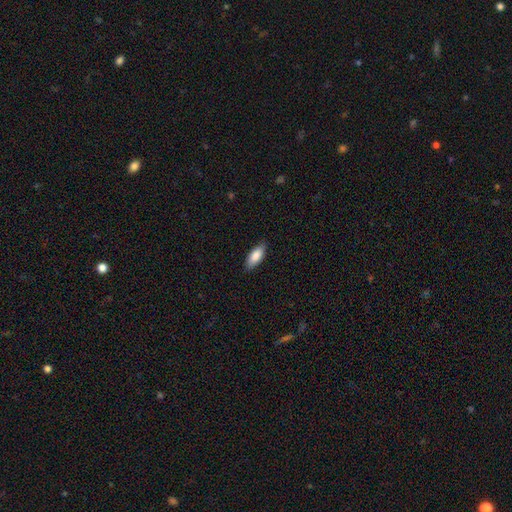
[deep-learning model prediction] smooth-or-featured: smooth: 84% | featured or disk: 11% | star or artifact: 6%
  how-rounded: in between: 78% | cigar-shaped: 20% | round: 2%
  merging: none: 86% | minor disturbance: 11% | major disturbance: 2% | merger: 1%